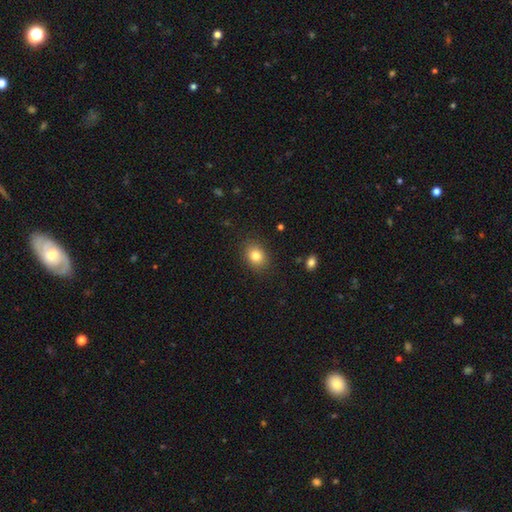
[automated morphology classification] This appears to be a smooth galaxy with no disk features (82%) that is in between round and cigar-shaped (53%). Merging: none (87%).